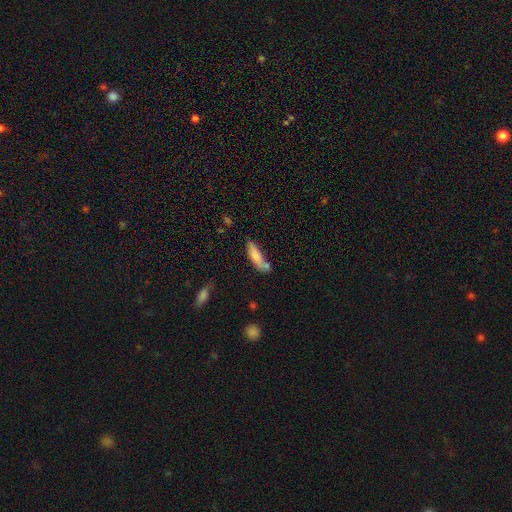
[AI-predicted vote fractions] A smooth galaxy with no disk features (77%) that is cigar-shaped (62%). Merging: none (52%).